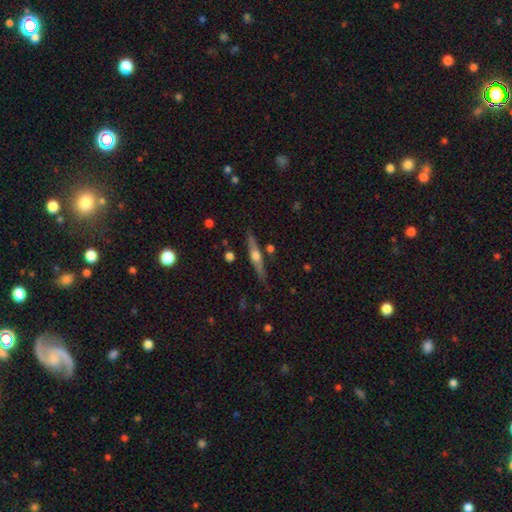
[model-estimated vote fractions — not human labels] Q: Smooth or featured?
A: featured or disk (65%); runner-up: smooth (28%)
Q: Edge-on disk?
A: yes (96%); runner-up: no (4%)
Q: Edge-on bulge?
A: rounded (92%); runner-up: boxy (4%)
Q: Merging?
A: none (82%); runner-up: minor disturbance (12%)